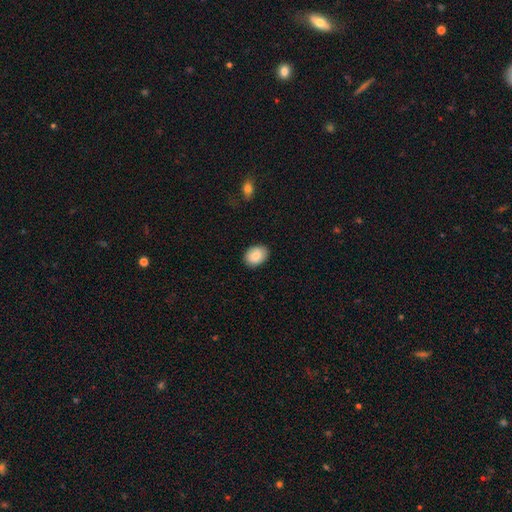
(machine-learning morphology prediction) Q: Smooth or featured?
A: smooth (83%); runner-up: featured or disk (10%)
Q: How rounded?
A: in between (69%); runner-up: round (30%)
Q: Merging?
A: none (86%); runner-up: minor disturbance (11%)